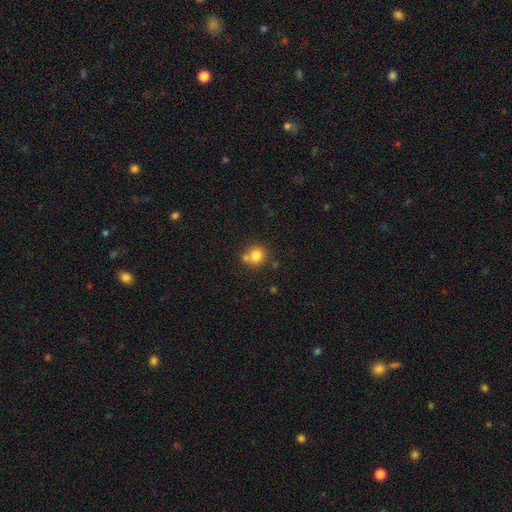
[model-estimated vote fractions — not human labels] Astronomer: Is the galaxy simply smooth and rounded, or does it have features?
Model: smooth — 79%.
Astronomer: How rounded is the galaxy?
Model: round — 88%.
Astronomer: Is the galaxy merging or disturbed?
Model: none — 61%.